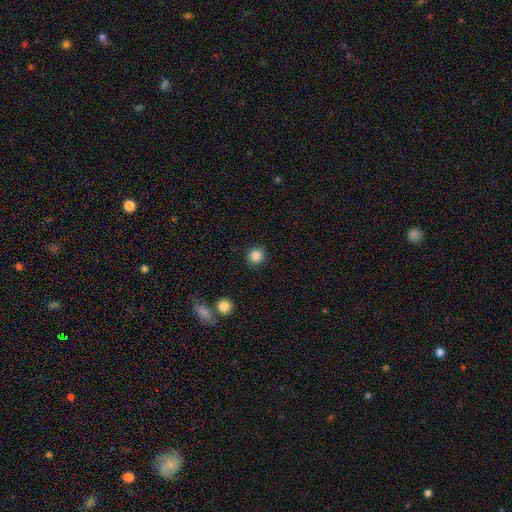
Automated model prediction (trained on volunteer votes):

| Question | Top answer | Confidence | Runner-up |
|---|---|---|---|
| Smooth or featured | smooth | 86% | star or artifact (10%) |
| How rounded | round | 93% | in between (6%) |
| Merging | none | 89% | minor disturbance (7%) |